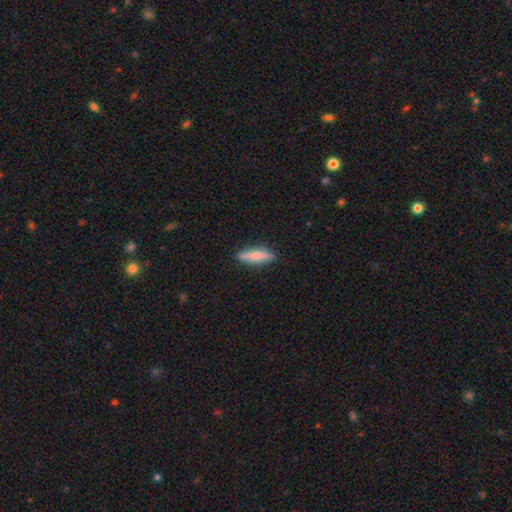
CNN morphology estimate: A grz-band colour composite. It shows a smooth galaxy with no disk features (63%) that is cigar-shaped (74%). Merging: none (85%).